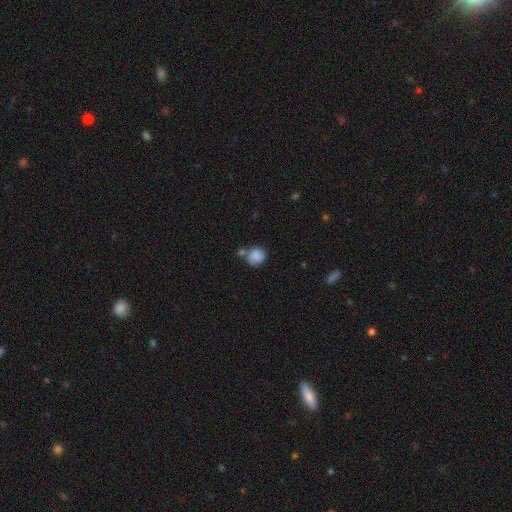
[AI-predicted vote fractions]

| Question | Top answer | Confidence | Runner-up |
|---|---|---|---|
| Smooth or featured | smooth | 86% | star or artifact (8%) |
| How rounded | round | 82% | in between (18%) |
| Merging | none | 52% | merger (25%) |